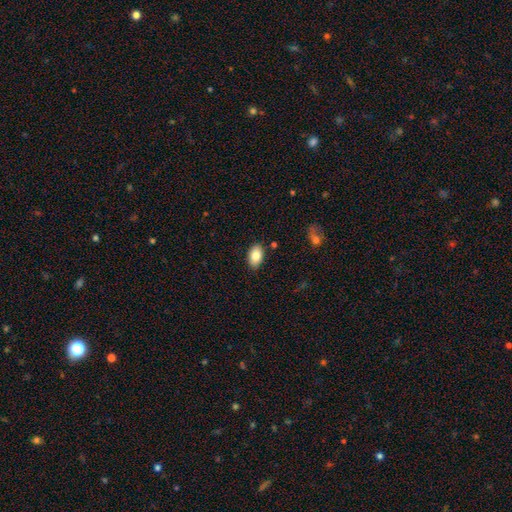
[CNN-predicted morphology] A smooth galaxy with no disk features (83%) that is in between round and cigar-shaped (91%). Merging: none (86%).